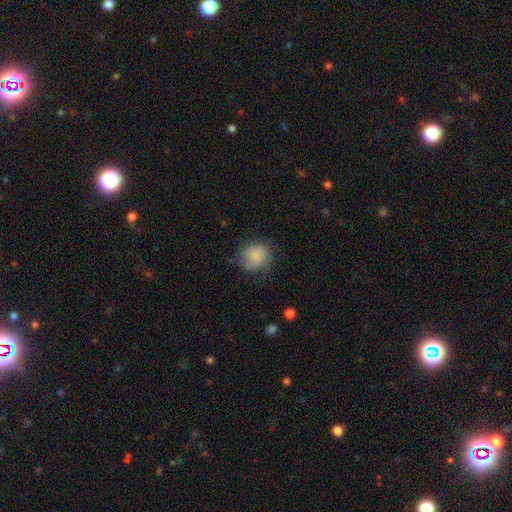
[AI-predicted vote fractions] A smooth galaxy with no disk features (81%) that is round (81%).

Vote fractions:
- Smooth or featured? smooth: 81% / featured or disk: 12% / star or artifact: 8%
- How rounded? round: 81% / in between: 18% / cigar-shaped: 1%
- Merging? none: 65% / minor disturbance: 25% / major disturbance: 9% / merger: 1%